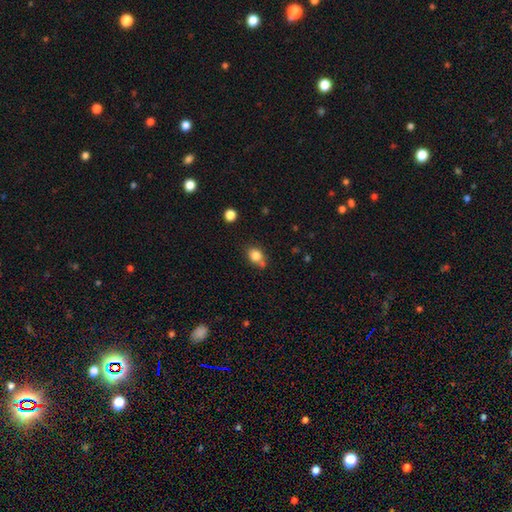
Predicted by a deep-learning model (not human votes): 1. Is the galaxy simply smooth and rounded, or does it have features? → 81% smooth, 11% star or artifact, 8% featured or disk.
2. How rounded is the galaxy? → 50% in between, 49% round, 1% cigar-shaped.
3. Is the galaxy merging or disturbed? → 57% none, 22% minor disturbance, 15% merger, 6% major disturbance.